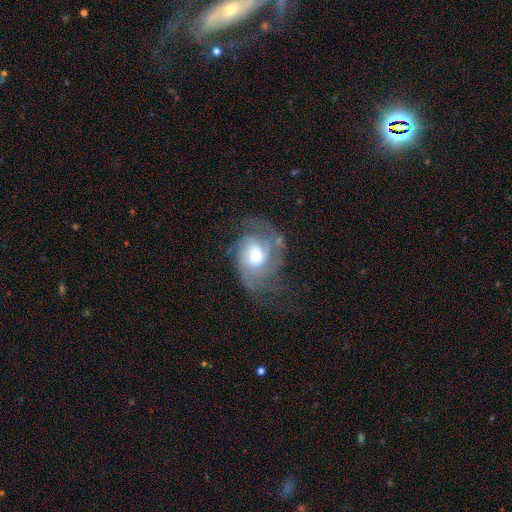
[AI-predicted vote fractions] Smooth or featured? Predicted: featured or disk (p=0.75). Edge-on disk? Predicted: no (p=0.97). Bar? Predicted: no (p=0.70). Spiral arms? Predicted: yes (p=0.90). Spiral winding? Predicted: tight (p=0.40). Spiral arm count? Predicted: 2 (p=0.37). Bulge size? Predicted: moderate (p=0.62). Merging? Predicted: none (p=0.53).